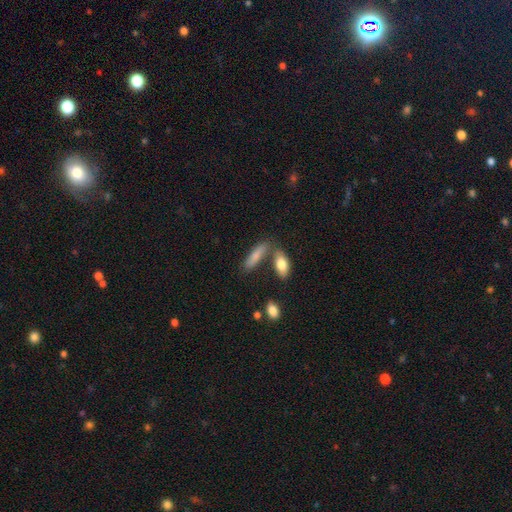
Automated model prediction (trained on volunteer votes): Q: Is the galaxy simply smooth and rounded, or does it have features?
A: smooth — 78%.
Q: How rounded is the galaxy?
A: cigar-shaped — 55%.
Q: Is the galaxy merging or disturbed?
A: none — 53%.